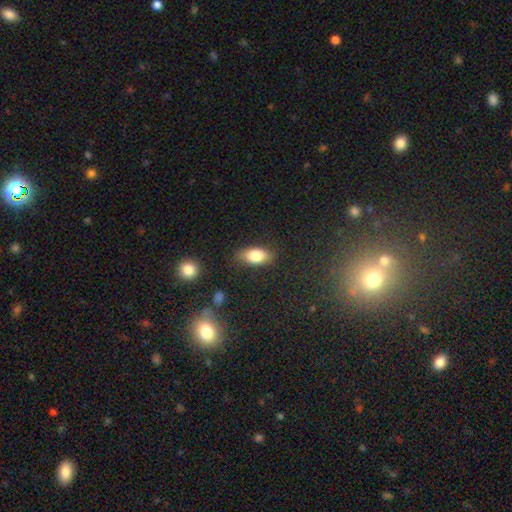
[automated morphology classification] smooth-or-featured: smooth: 80% | featured or disk: 12% | star or artifact: 8%
  how-rounded: in between: 88% | cigar-shaped: 6% | round: 6%
  merging: none: 82% | minor disturbance: 13% | major disturbance: 3% | merger: 2%